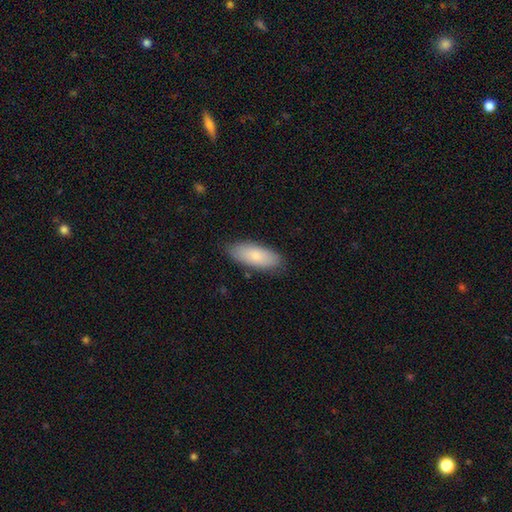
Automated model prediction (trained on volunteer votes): Smooth or featured? smooth (82%)
How rounded? in between (81%)
Merging? none (84%)